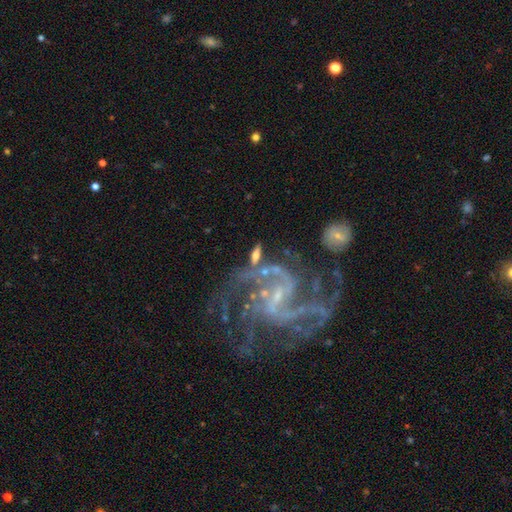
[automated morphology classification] smooth-or-featured: featured or disk: 61% | smooth: 30% | star or artifact: 9%
  disk-edge-on: no: 78% | yes: 22%
  merging: none: 59% | minor disturbance: 18% | merger: 13% | major disturbance: 10%